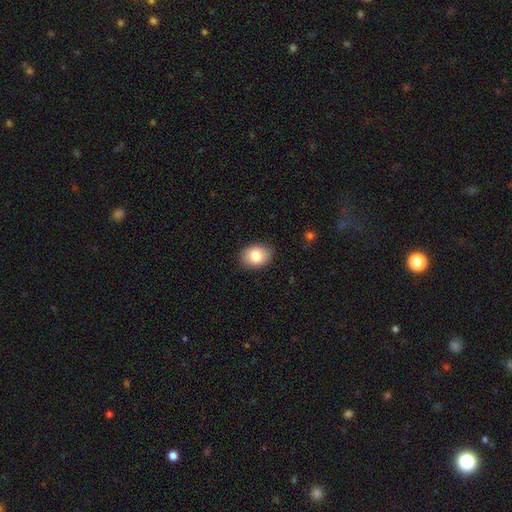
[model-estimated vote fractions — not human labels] Smooth or featured?
  - smooth: 82% *
  - featured or disk: 10%
  - star or artifact: 8%
How rounded?
  - in between: 65% *
  - round: 35%
  - cigar-shaped: 1%
Merging?
  - none: 88% *
  - minor disturbance: 9%
  - major disturbance: 2%
  - merger: 1%